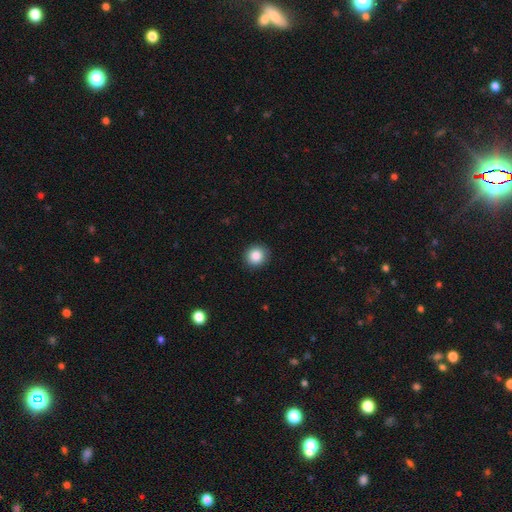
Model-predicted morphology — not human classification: smooth-or-featured: smooth: 86% | star or artifact: 9% | featured or disk: 4%
  how-rounded: round: 89% | in between: 10% | cigar-shaped: 1%
  merging: none: 91% | minor disturbance: 6% | major disturbance: 2% | merger: 1%